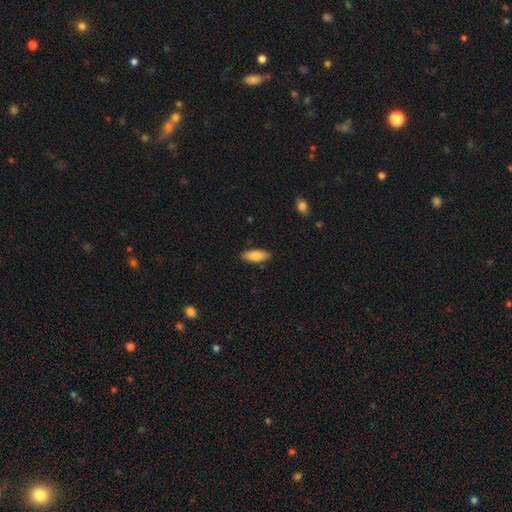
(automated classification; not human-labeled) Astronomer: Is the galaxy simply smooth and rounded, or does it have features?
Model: smooth — 83%.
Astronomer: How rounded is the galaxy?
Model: in between — 76%.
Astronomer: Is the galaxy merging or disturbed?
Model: none — 88%.